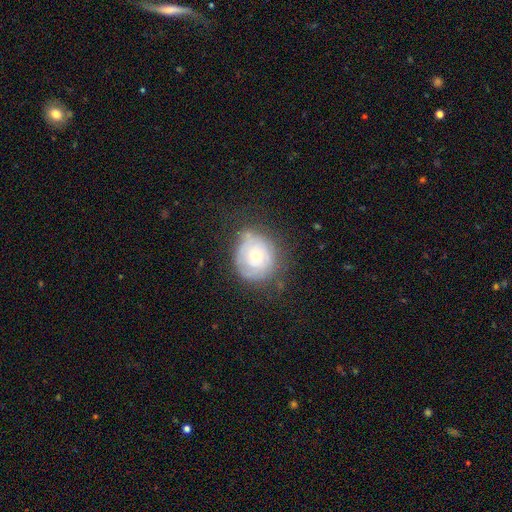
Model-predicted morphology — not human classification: type=featured or disk (48%); merging=none (55%).